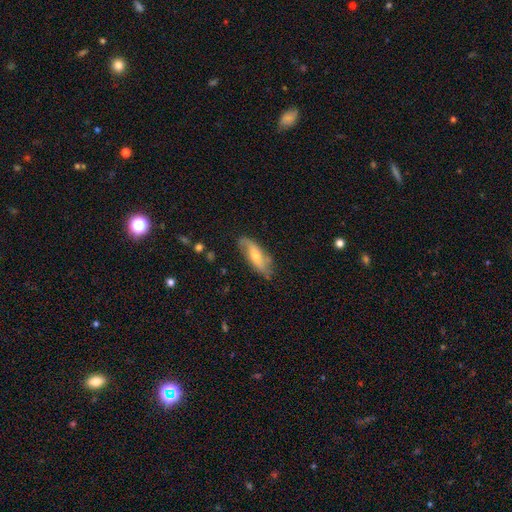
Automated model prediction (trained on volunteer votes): Smooth or featured? featured or disk (56%)
Edge-on disk? no (78%)
Merging? none (71%)